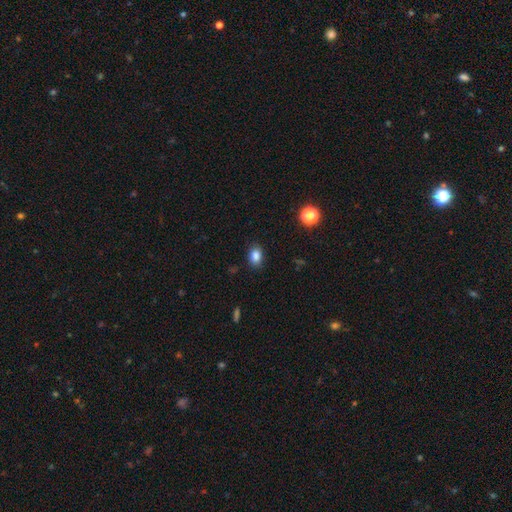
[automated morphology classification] A smooth galaxy with no disk features (85%) that is in between round and cigar-shaped (74%). Merging: none (86%).